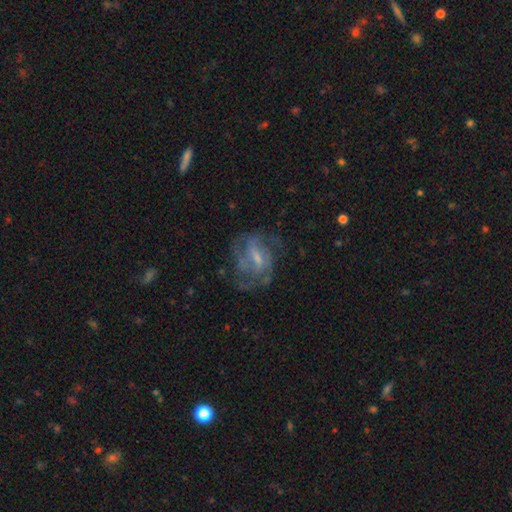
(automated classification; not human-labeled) smooth-or-featured: featured or disk: 74% | smooth: 17% | star or artifact: 8%
  disk-edge-on: no: 97% | yes: 3%
    bar: weak: 51% | no: 29% | strong: 20%
    has-spiral-arms: yes: 80% | no: 20%
      spiral-winding: medium: 47% | tight: 32% | loose: 21%
      spiral-arm-count: can't tell: 36% | 2: 26% | 3: 22% | 4: 8% | 1: 5% | more than 4: 4%
    bulge-size: small: 51% | moderate: 30% | none: 15% | large: 3% | dominant: 1%
  merging: none: 53% | major disturbance: 24% | minor disturbance: 21% | merger: 2%